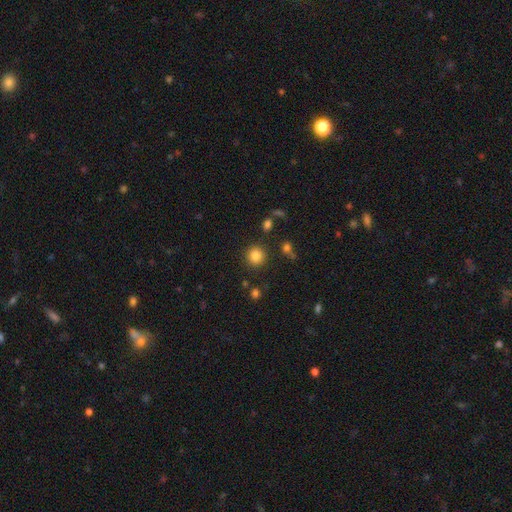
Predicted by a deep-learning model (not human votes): Morphology: type=smooth (83%); roundness=round (91%); merging=none (87%).